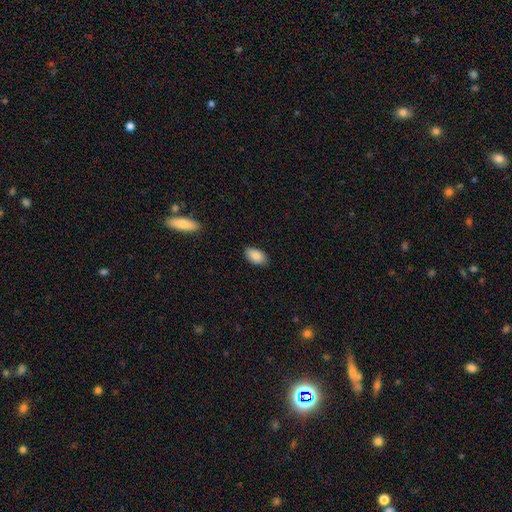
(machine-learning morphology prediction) Smooth or featured? smooth (87%)
How rounded? in between (94%)
Merging? none (86%)